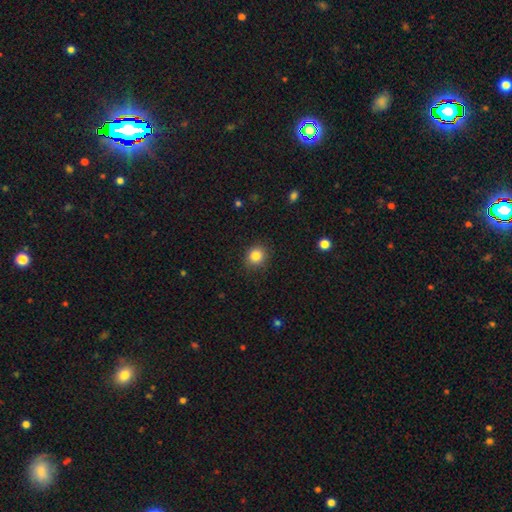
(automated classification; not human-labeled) A smooth galaxy with no disk features (84%) that is round (78%).

Vote fractions:
- Smooth or featured? smooth: 84% / star or artifact: 10% / featured or disk: 5%
- How rounded? round: 78% / in between: 21% / cigar-shaped: 1%
- Merging? none: 87% / minor disturbance: 9% / major disturbance: 3% / merger: 1%